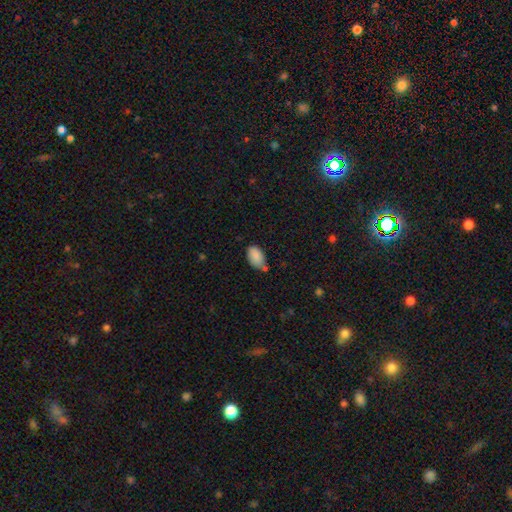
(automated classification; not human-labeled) Smooth or featured? smooth (88%)
How rounded? in between (93%)
Merging? none (62%)